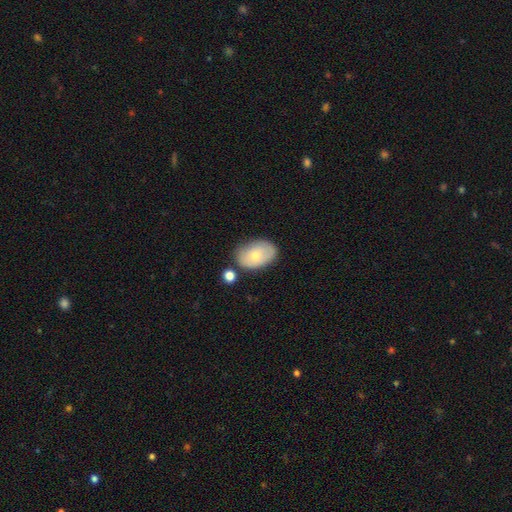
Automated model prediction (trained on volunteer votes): Smooth or featured: smooth — 72% (featured or disk — 22%)
How rounded: in between — 90% (round — 9%)
Merging: none — 68% (minor disturbance — 21%)